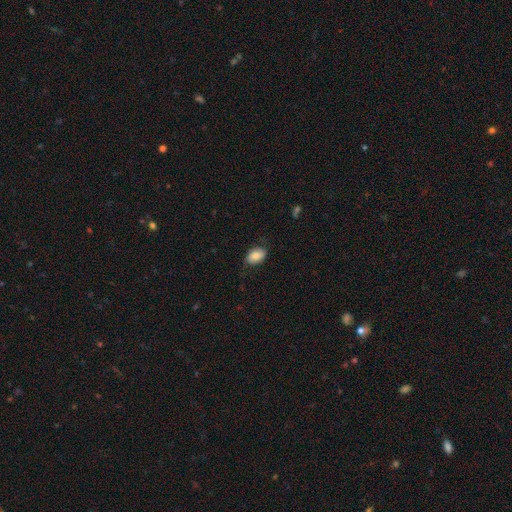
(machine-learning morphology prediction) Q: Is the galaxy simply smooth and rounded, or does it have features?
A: smooth — 76%.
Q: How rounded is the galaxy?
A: in between — 86%.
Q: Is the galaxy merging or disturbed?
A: none — 74%.